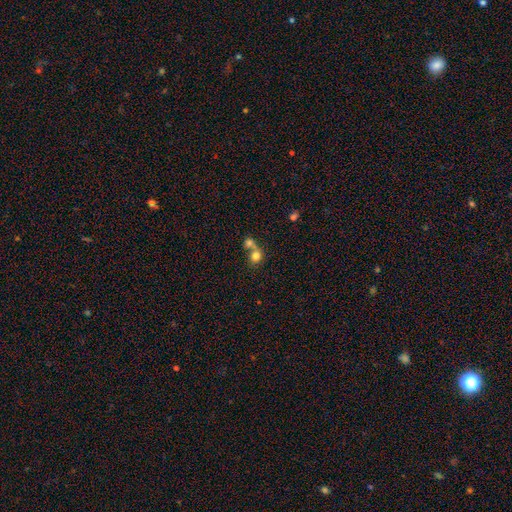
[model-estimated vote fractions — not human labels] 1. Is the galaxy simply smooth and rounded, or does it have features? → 77% smooth, 12% featured or disk, 11% star or artifact.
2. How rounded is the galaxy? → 79% round, 20% in between, 1% cigar-shaped.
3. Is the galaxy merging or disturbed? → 60% merger, 30% none, 5% minor disturbance, 4% major disturbance.